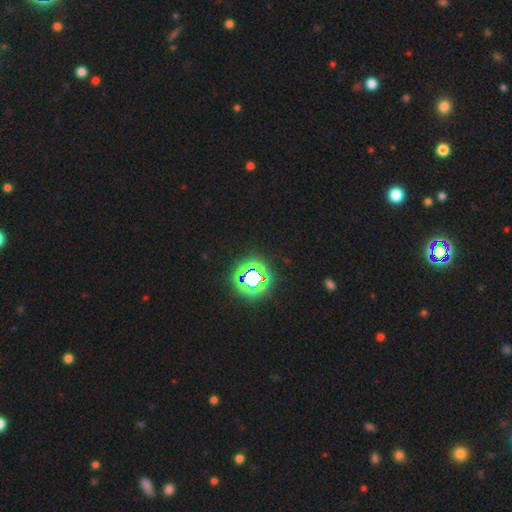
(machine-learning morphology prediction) This is clearly a star or artifact rather than a galaxy (82%).